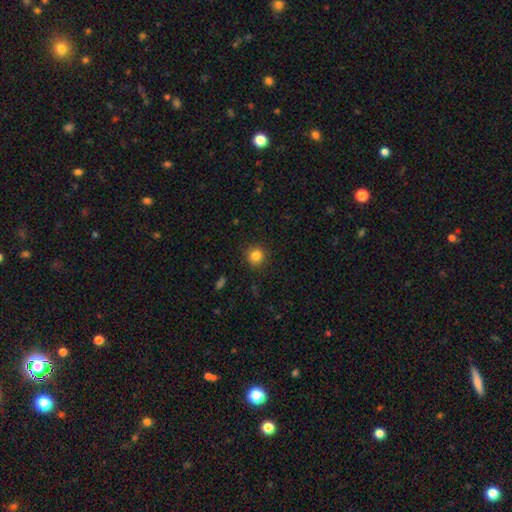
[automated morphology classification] This appears to be a smooth galaxy with no disk features (83%) that is round (91%). Merging: none (90%).